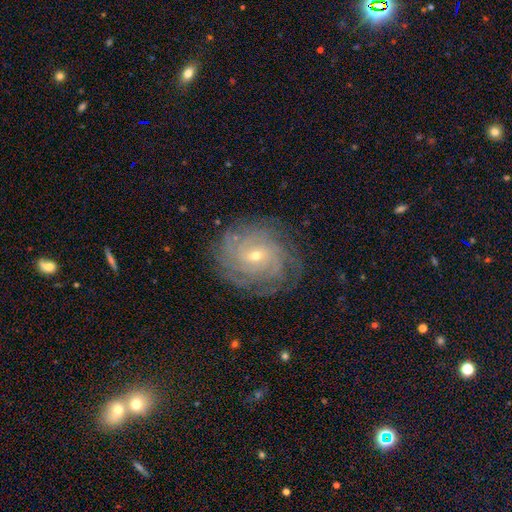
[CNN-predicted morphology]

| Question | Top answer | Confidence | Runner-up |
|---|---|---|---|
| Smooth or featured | featured or disk | 85% | smooth (8%) |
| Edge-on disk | no | 97% | yes (3%) |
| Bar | no | 52% | weak (39%) |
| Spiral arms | yes | 96% | no (4%) |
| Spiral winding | tight | 78% | medium (18%) |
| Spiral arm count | can't tell | 31% | 4 (23%) |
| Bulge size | small | 70% | moderate (27%) |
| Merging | none | 81% | minor disturbance (13%) |